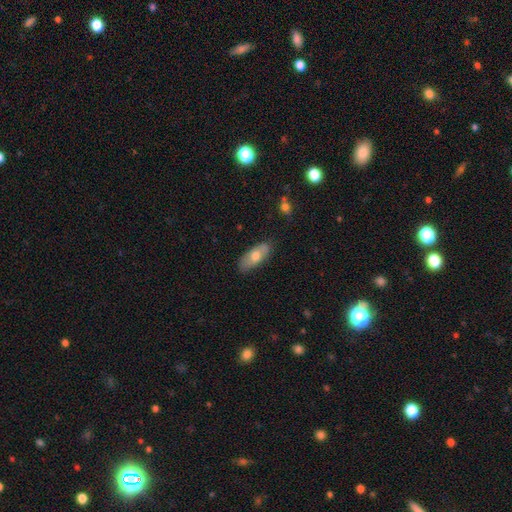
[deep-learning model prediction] Overall: smooth (64%; featured or disk 29%). How rounded: in between (78%). Merging: none (79%).